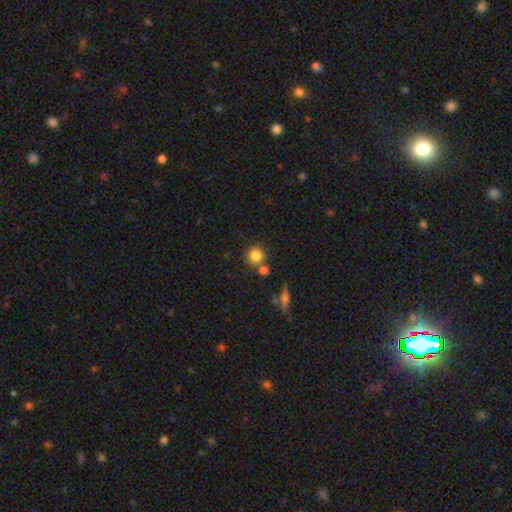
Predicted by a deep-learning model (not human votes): A smooth galaxy with no disk features (82%) that is round (91%). Merging: none (70%).